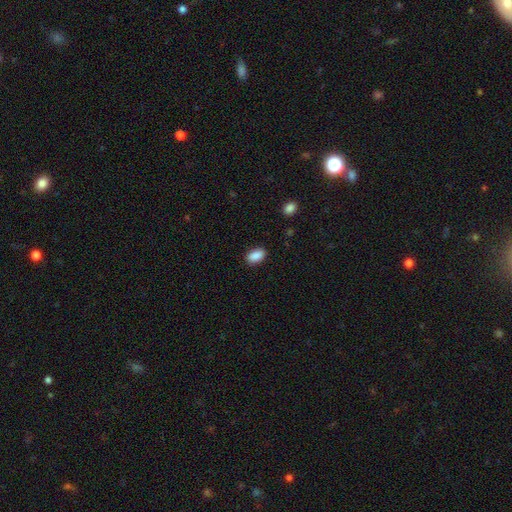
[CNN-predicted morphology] type=smooth (89%); roundness=in between (91%); merging=none (87%).